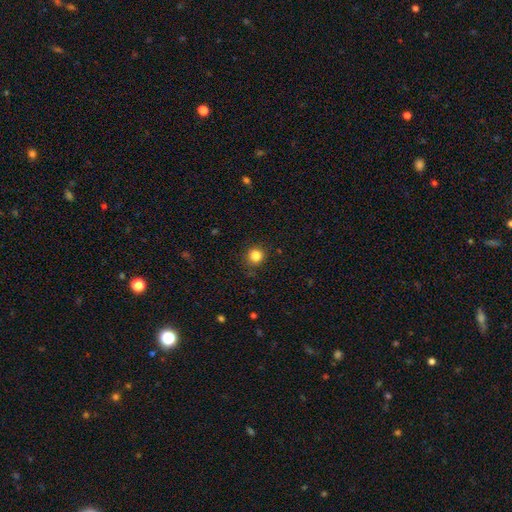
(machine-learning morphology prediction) This is clearly a smooth galaxy (84%). How rounded: clearly round (89%). Merging: clearly none (86%).